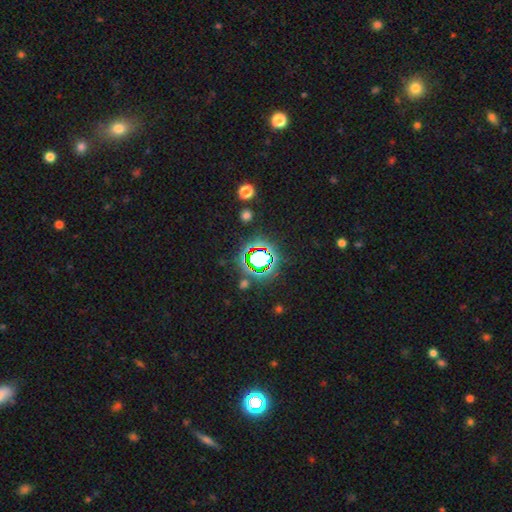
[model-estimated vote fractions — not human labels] The model was most divided on "smooth or featured": star or artifact: 70%, smooth: 19%, featured or disk: 11%.